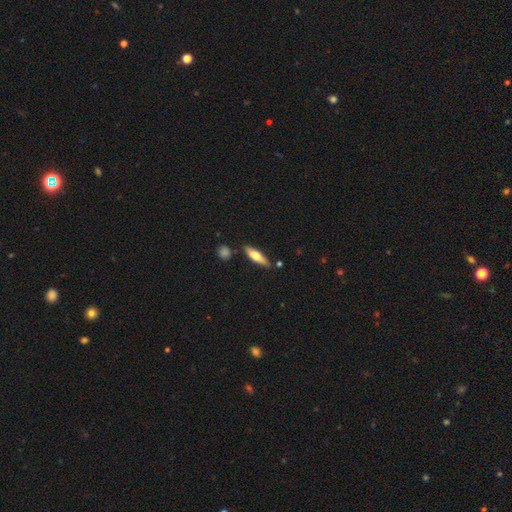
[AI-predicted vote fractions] Smooth or featured: smooth — 56% (featured or disk — 38%)
How rounded: cigar-shaped — 64% (in between — 34%)
Merging: none — 80% (minor disturbance — 12%)